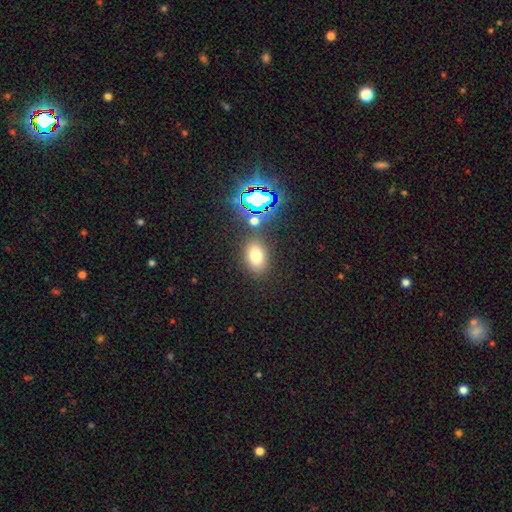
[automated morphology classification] Smooth or featured: smooth — 71% (star or artifact — 20%)
How rounded: in between — 78% (round — 20%)
Merging: none — 82% (minor disturbance — 9%)